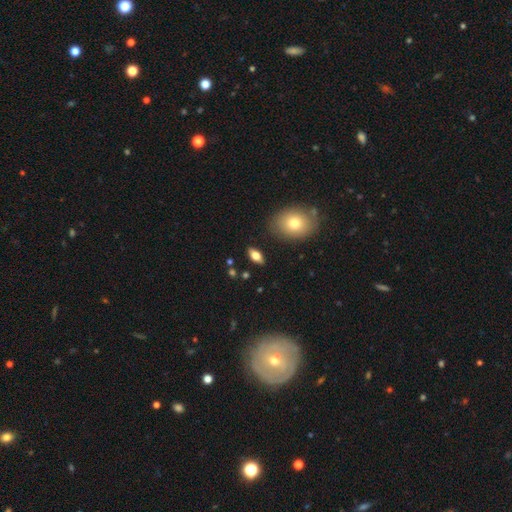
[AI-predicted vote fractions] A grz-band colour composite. It shows a smooth galaxy with no disk features (66%) that is in between round and cigar-shaped (84%). Merging: none (85%).